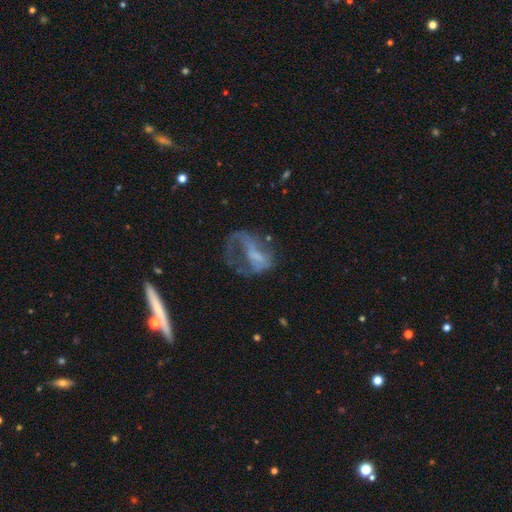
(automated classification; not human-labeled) featured or disk 59%, smooth 28%, star or artifact 12%. Down the decision tree: edge-on disk — no (96%); bar — no (61%); spiral arms — no (62%); bulge size — none (52%); merging — major disturbance (54%).